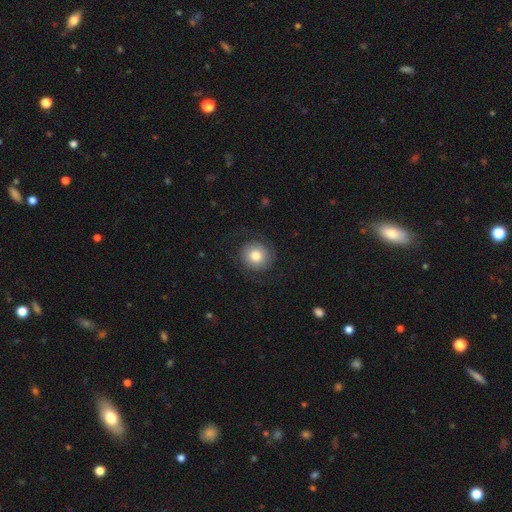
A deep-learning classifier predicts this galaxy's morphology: This is likely a smooth galaxy (64%). How rounded: clearly round (88%). Merging: likely none (79%).